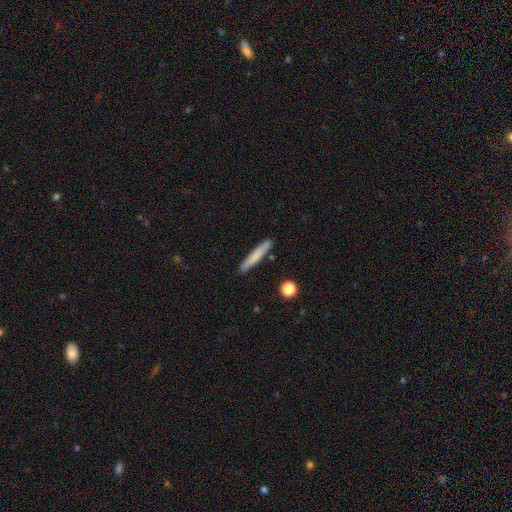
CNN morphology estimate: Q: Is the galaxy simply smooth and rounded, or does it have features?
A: smooth — 75%.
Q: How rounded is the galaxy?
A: cigar-shaped — 93%.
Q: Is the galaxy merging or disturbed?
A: none — 87%.